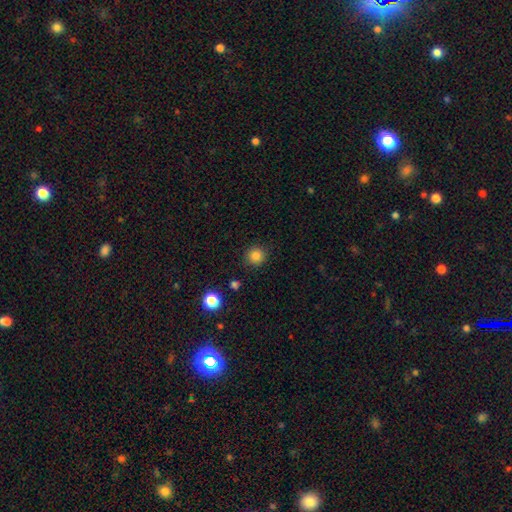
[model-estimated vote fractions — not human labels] smooth 83%, star or artifact 12%, featured or disk 4%. Down the decision tree: how rounded — round (93%); merging — none (89%).